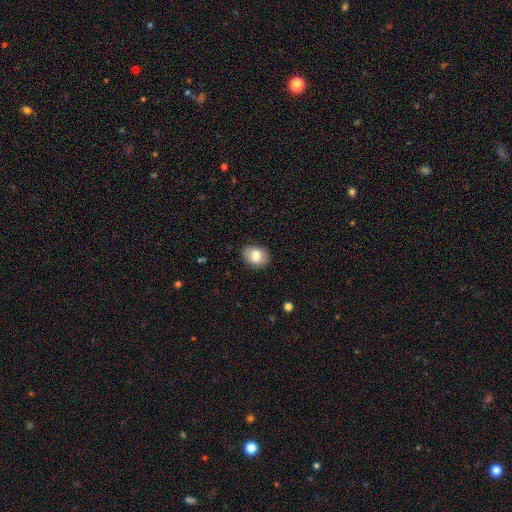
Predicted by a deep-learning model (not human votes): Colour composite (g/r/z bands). It shows a smooth galaxy with no disk features (81%) that is in between round and cigar-shaped (67%). Merging: none (87%).